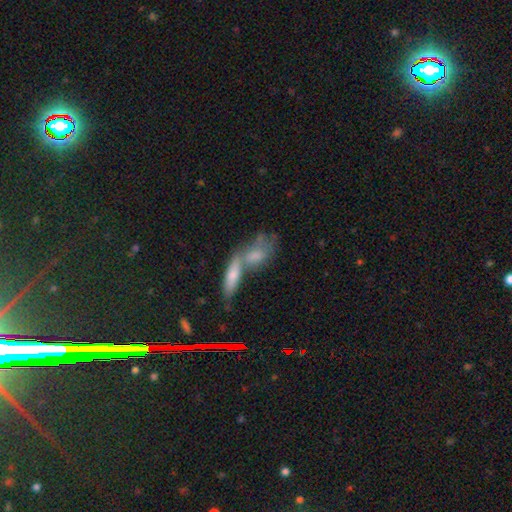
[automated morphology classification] Overall: smooth (68%). How rounded: in between (73%). Merging: merger (58%; none 25%).